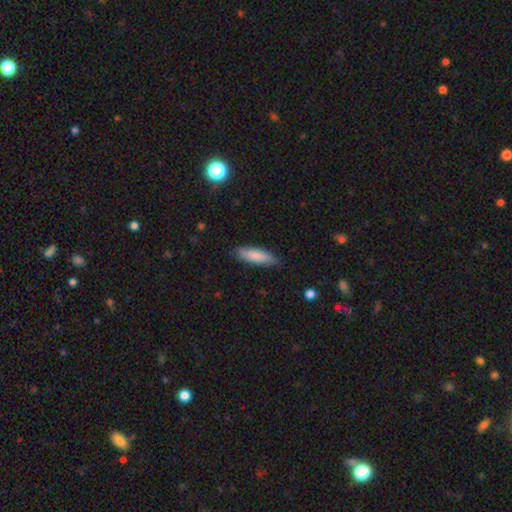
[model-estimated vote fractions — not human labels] This is clearly a smooth galaxy (84%). How rounded: possibly cigar-shaped (55%). Merging: clearly none (84%).